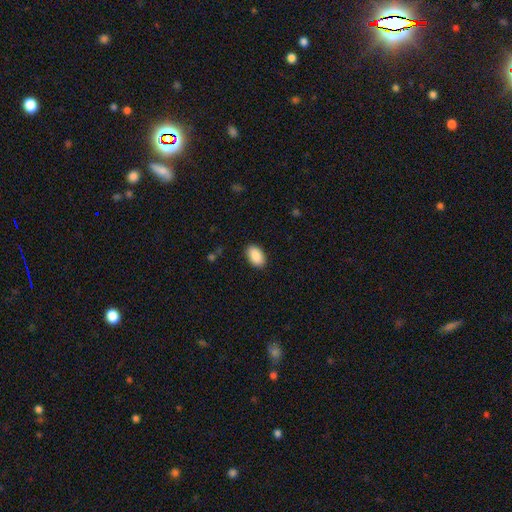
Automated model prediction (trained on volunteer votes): smooth 90%, star or artifact 6%, featured or disk 3%. Down the decision tree: how rounded — in between (93%); merging — none (89%).